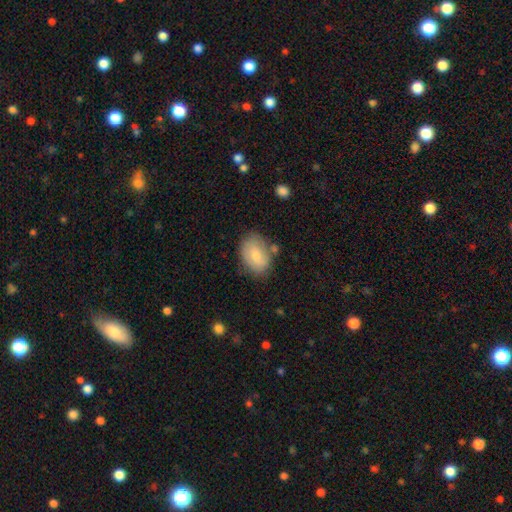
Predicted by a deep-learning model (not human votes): smooth_or_featured: smooth (p=0.72) [alt: featured or disk p=0.21]
how_rounded: in between (p=0.79) [alt: round p=0.20]
merging: none (p=0.69) [alt: minor disturbance p=0.20]